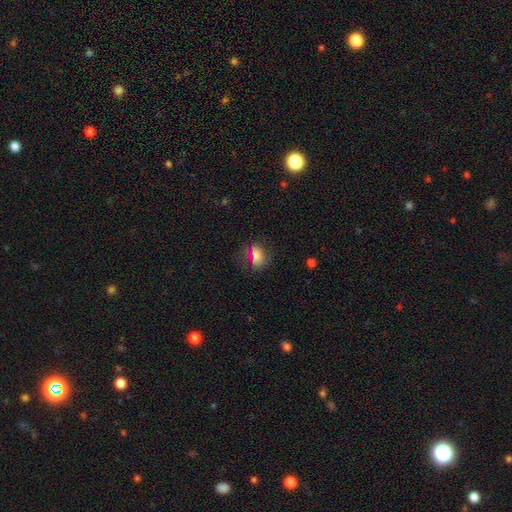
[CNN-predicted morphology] smooth-or-featured: smooth: 73% | star or artifact: 14% | featured or disk: 13%
  how-rounded: in between: 69% | round: 28% | cigar-shaped: 4%
  merging: none: 65% | minor disturbance: 21% | major disturbance: 10% | merger: 4%